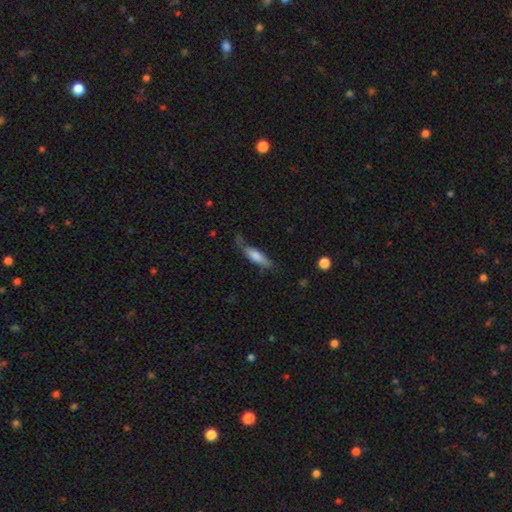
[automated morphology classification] Q: Smooth or featured?
A: smooth (72%); runner-up: featured or disk (22%)
Q: How rounded?
A: cigar-shaped (61%); runner-up: in between (37%)
Q: Merging?
A: none (55%); runner-up: minor disturbance (30%)